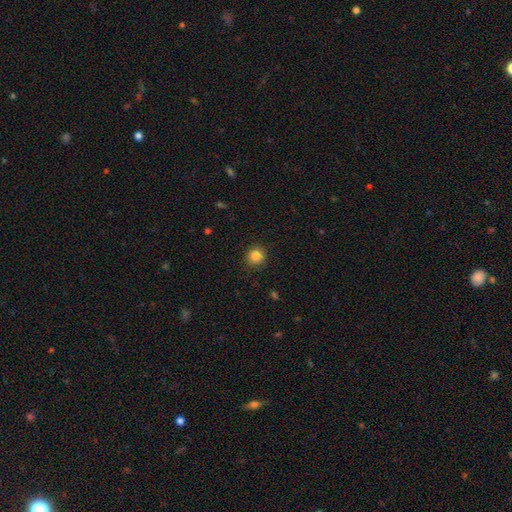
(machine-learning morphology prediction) This appears to be a smooth galaxy with no disk features (85%) that is round (88%). Merging: none (89%).